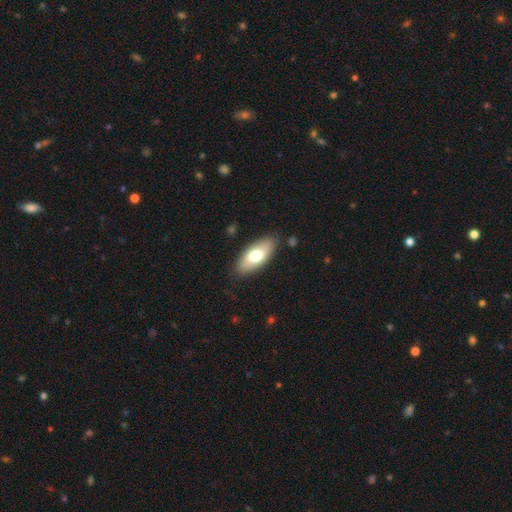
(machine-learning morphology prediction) Smooth or featured?
  - smooth: 70% *
  - featured or disk: 24%
  - star or artifact: 6%
How rounded?
  - in between: 85% *
  - cigar-shaped: 13%
  - round: 2%
Merging?
  - none: 85% *
  - minor disturbance: 11%
  - major disturbance: 2%
  - merger: 2%